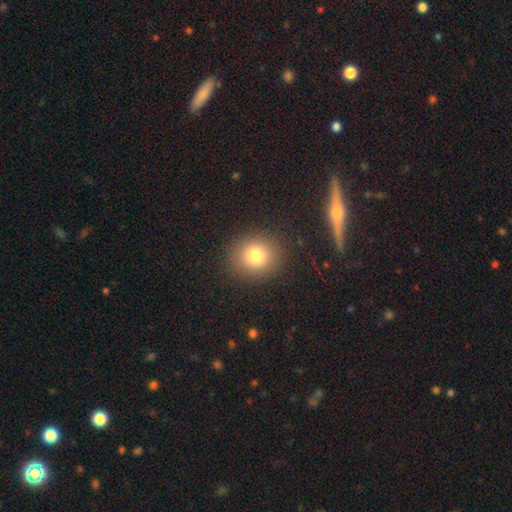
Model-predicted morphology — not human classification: smooth-or-featured: smooth: 79% | star or artifact: 13% | featured or disk: 8%
  how-rounded: round: 84% | in between: 15% | cigar-shaped: 1%
  merging: none: 89% | minor disturbance: 7% | major disturbance: 3% | merger: 1%